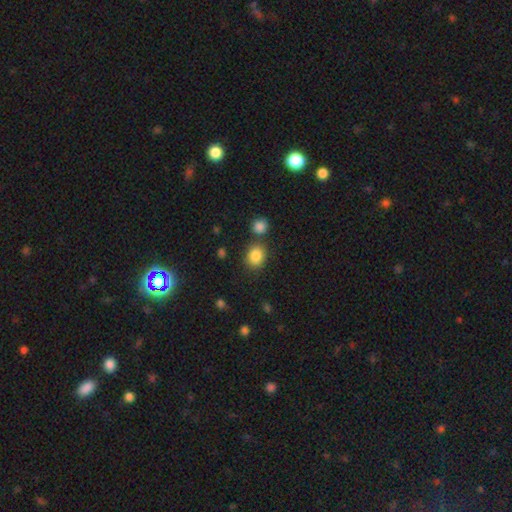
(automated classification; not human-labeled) Morphology: type=smooth (85%); roundness=round (62%); merging=none (75%).